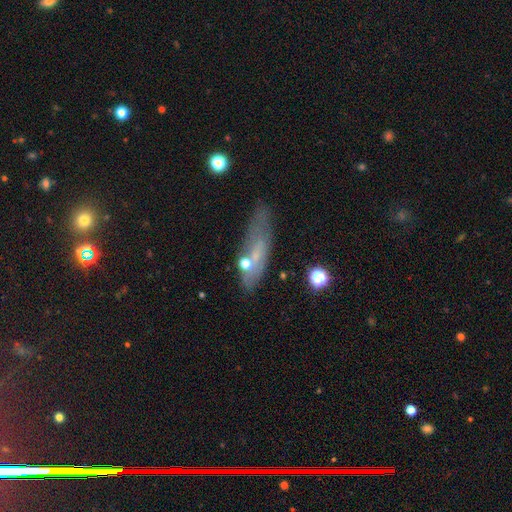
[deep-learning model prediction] smooth_or_featured: smooth (p=0.49) [alt: featured or disk p=0.38]
merging: none (p=0.63) [alt: minor disturbance p=0.21]